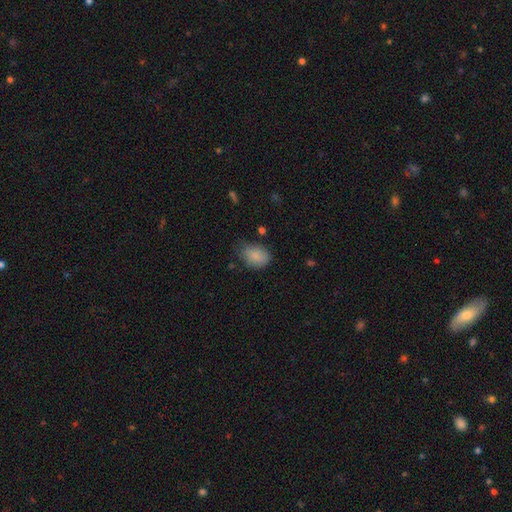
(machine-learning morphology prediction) The model was most divided on "merging": none: 58%, minor disturbance: 32%, major disturbance: 8%, merger: 2%. More confident: smooth or featured — smooth (85%); how rounded — in between (73%).